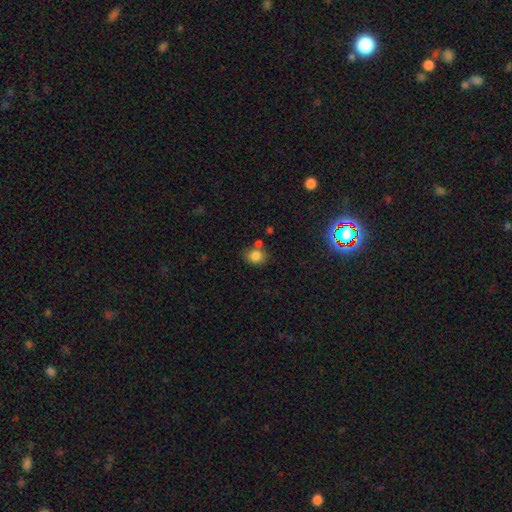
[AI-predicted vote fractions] A smooth galaxy with no disk features (82%) that is round (67%).

Vote fractions:
- Smooth or featured? smooth: 82% / star or artifact: 11% / featured or disk: 7%
- How rounded? round: 67% / in between: 32% / cigar-shaped: 1%
- Merging? none: 63% / merger: 19% / minor disturbance: 14% / major disturbance: 4%